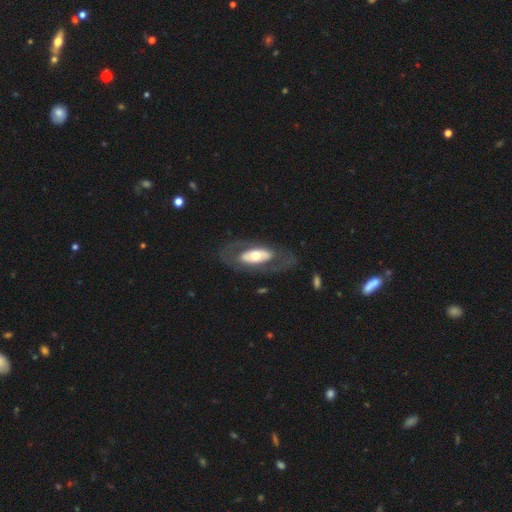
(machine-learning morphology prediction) Smooth or featured: featured or disk — 61% (smooth — 35%)
Edge-on disk: no — 86% (yes — 14%)
Bar: no — 75% (weak — 13%)
Spiral arms: no — 72% (yes — 28%)
Bulge size: moderate — 61% (large — 23%)
Merging: none — 72% (major disturbance — 13%)